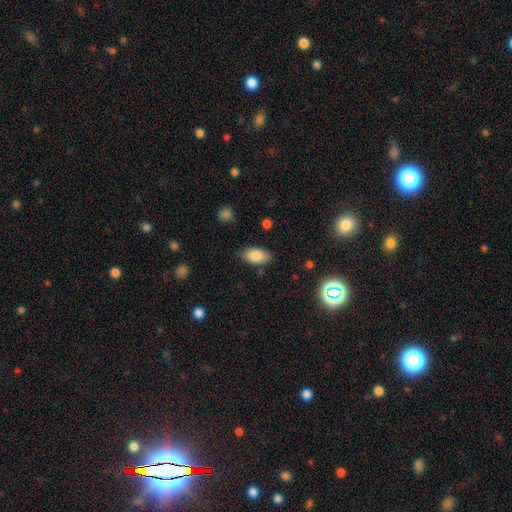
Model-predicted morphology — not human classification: A smooth galaxy with no disk features (83%) that is in between round and cigar-shaped (93%).

Vote fractions:
- Smooth or featured? smooth: 83% / featured or disk: 9% / star or artifact: 8%
- How rounded? in between: 93% / cigar-shaped: 4% / round: 3%
- Merging? none: 83% / minor disturbance: 13% / major disturbance: 3% / merger: 2%